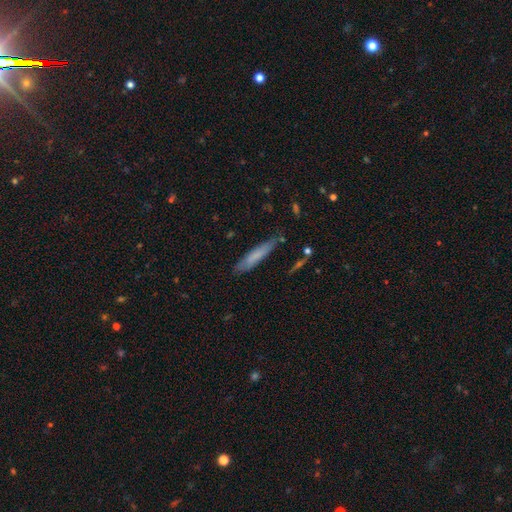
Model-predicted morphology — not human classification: This is likely a smooth galaxy (69%). How rounded: clearly cigar-shaped (89%). Merging: likely none (79%).